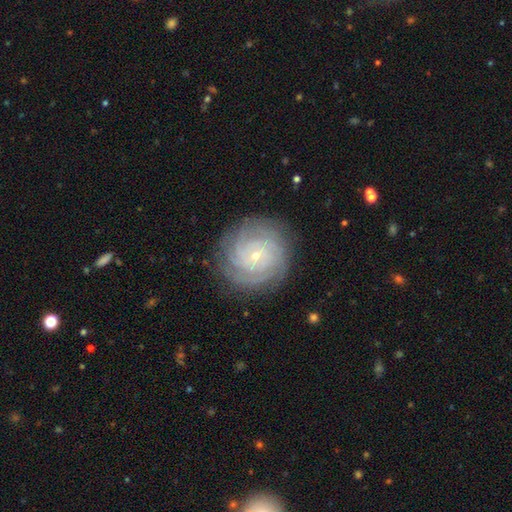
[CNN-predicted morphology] Q: Smooth or featured?
A: featured or disk (85%); runner-up: smooth (8%)
Q: Edge-on disk?
A: no (98%); runner-up: yes (2%)
Q: Bar?
A: no (75%); runner-up: weak (19%)
Q: Spiral arms?
A: yes (98%); runner-up: no (2%)
Q: Spiral winding?
A: tight (85%); runner-up: medium (13%)
Q: Spiral arm count?
A: 4 (29%); runner-up: can't tell (21%)
Q: Bulge size?
A: small (84%); runner-up: moderate (13%)
Q: Merging?
A: none (85%); runner-up: minor disturbance (10%)